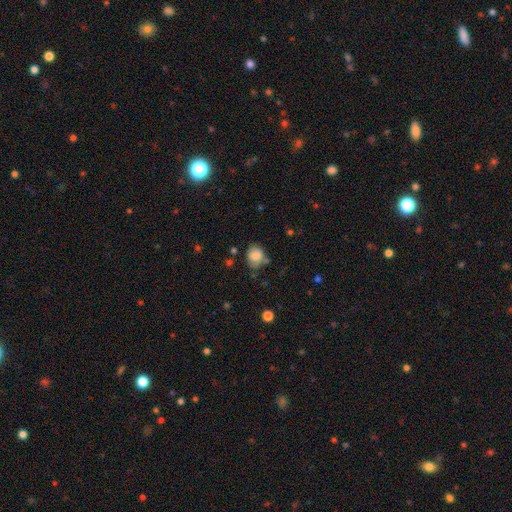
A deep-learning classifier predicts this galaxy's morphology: This appears to be a smooth galaxy with no disk features (80%) that is round (55%). Merging: none (57%).